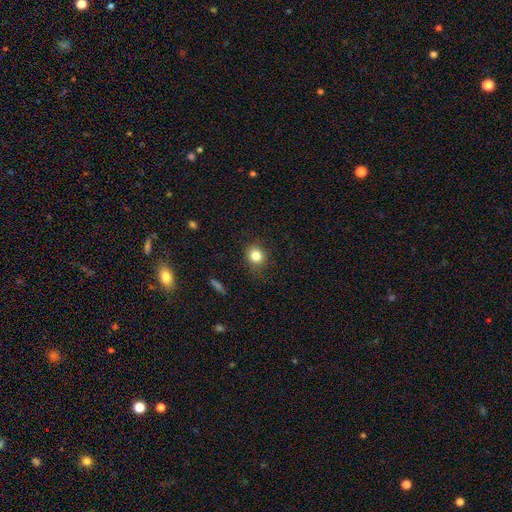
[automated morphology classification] smooth 82%, star or artifact 11%, featured or disk 6%. Down the decision tree: how rounded — round (79%); merging — none (83%).